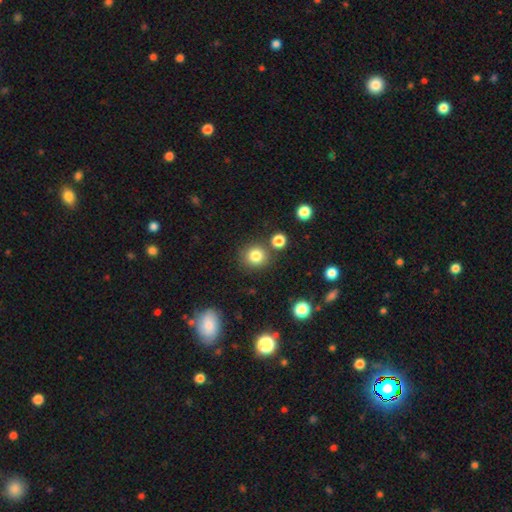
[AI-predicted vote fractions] smooth-or-featured: smooth: 83% | star or artifact: 12% | featured or disk: 6%
  how-rounded: round: 90% | in between: 9% | cigar-shaped: 1%
  merging: none: 82% | minor disturbance: 9% | merger: 7% | major disturbance: 3%